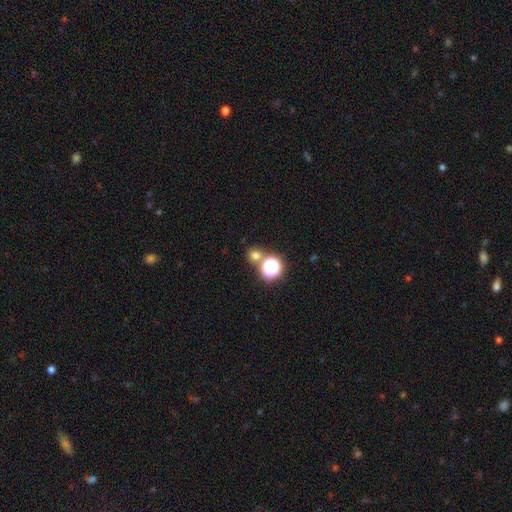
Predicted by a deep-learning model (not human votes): Smooth or featured? smooth (67%)
How rounded? round (86%)
Merging? none (68%)